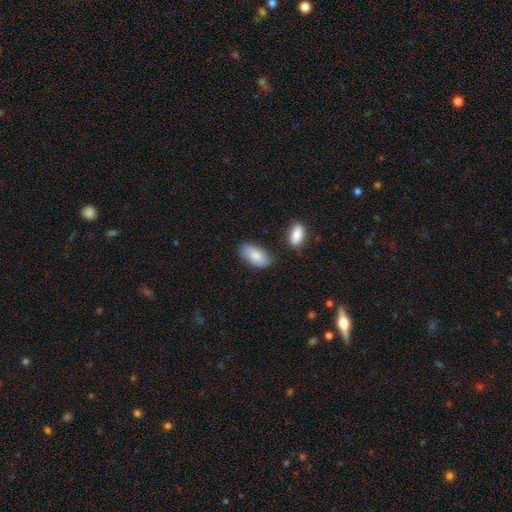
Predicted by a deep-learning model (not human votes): A smooth galaxy with no disk features (81%) that is in between round and cigar-shaped (94%). Merging: none (73%).